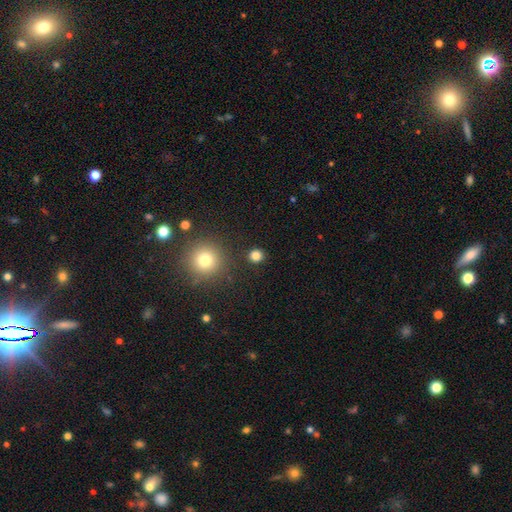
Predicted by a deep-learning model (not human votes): Smooth or featured?
  - smooth: 80% *
  - star or artifact: 16%
  - featured or disk: 4%
How rounded?
  - round: 91% *
  - in between: 8%
  - cigar-shaped: 1%
Merging?
  - none: 89% *
  - minor disturbance: 6%
  - merger: 3%
  - major disturbance: 2%